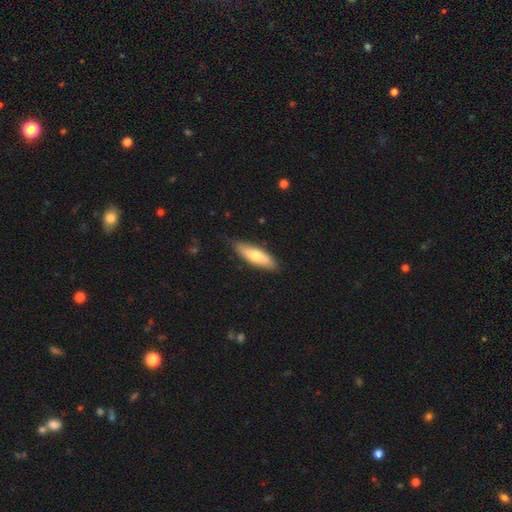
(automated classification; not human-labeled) Smooth or featured? smooth (64%)
How rounded? in between (50%)
Merging? none (82%)